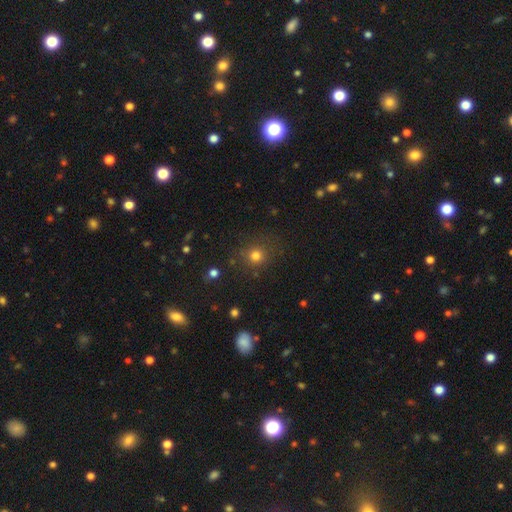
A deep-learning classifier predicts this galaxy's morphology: A smooth galaxy with no disk features (78%) that is round (87%).

Vote fractions:
- Smooth or featured? smooth: 78% / star or artifact: 16% / featured or disk: 7%
- How rounded? round: 87% / in between: 12% / cigar-shaped: 1%
- Merging? none: 82% / minor disturbance: 10% / major disturbance: 5% / merger: 3%